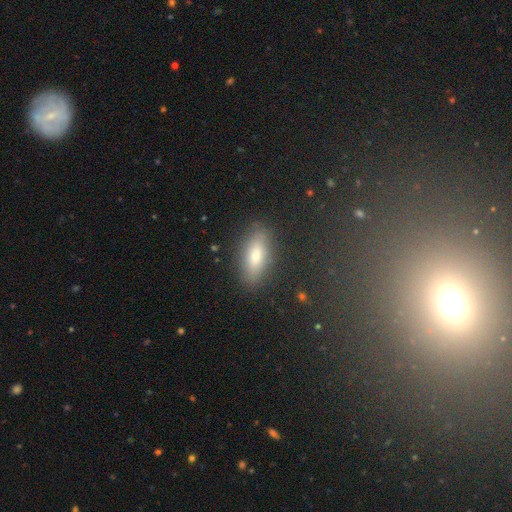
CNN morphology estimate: The model was most divided on "how rounded": in between: 79%, cigar-shaped: 18%, round: 3%. More confident: merging — none (84%); smooth or featured — smooth (77%).